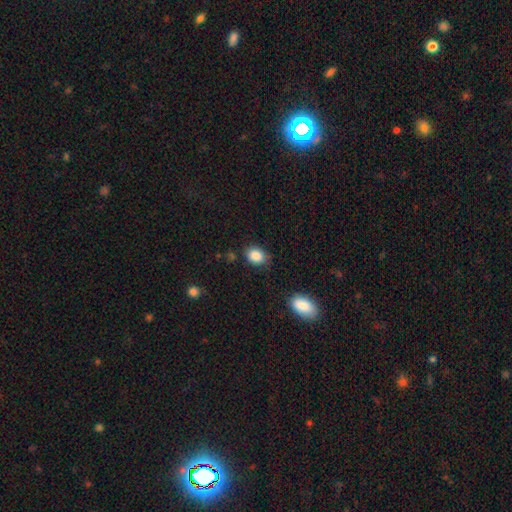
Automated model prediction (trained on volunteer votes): smooth-or-featured: smooth: 87% | star or artifact: 9% | featured or disk: 4%
  how-rounded: in between: 66% | round: 32% | cigar-shaped: 1%
  merging: none: 75% | minor disturbance: 19% | major disturbance: 4% | merger: 2%